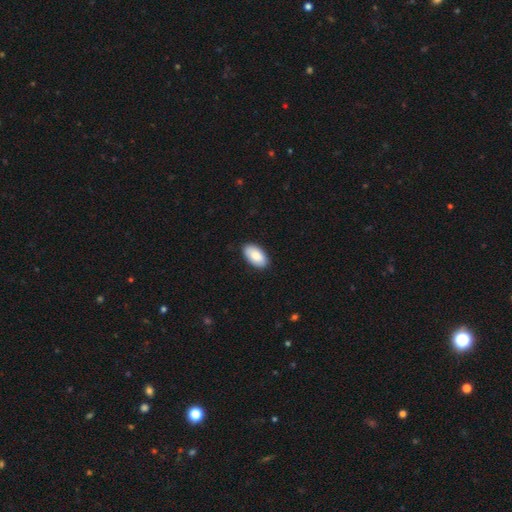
Smooth or featured? smooth (87%)
How rounded? in between (94%)
Merging? none (89%)